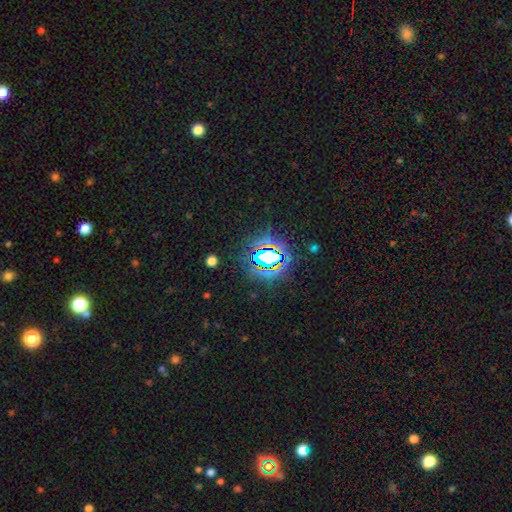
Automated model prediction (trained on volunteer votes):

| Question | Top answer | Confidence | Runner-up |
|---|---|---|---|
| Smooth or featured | star or artifact | 73% | smooth (17%) |